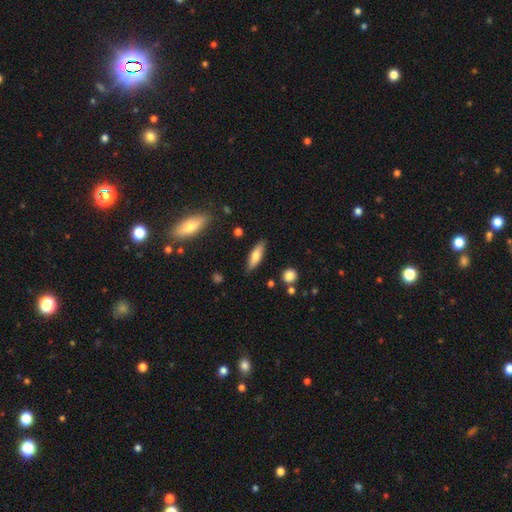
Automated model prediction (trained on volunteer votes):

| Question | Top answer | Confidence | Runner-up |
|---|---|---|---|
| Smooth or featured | smooth | 68% | featured or disk (26%) |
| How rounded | cigar-shaped | 49% | tied: in between (49%) |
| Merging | none | 84% | minor disturbance (12%) |